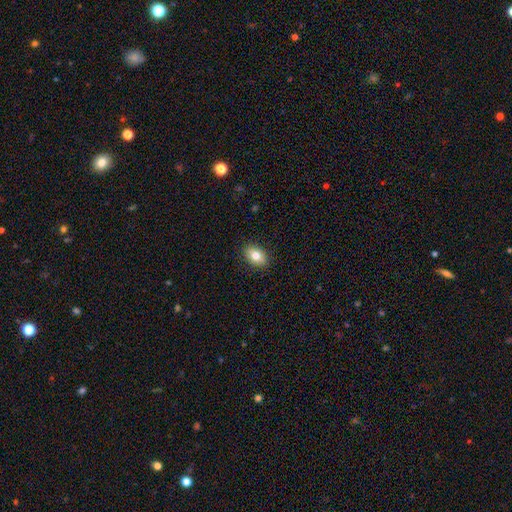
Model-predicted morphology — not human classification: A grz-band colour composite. It shows a smooth galaxy with no disk features (80%) that is in between round and cigar-shaped (85%). Merging: none (89%).